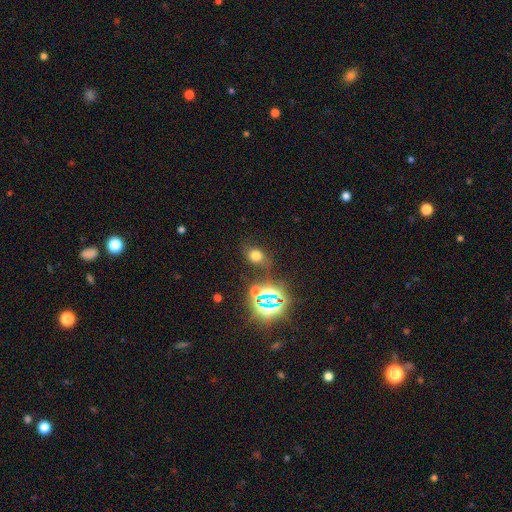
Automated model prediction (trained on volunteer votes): smooth_or_featured: smooth (p=0.58) [alt: star or artifact p=0.31]
how_rounded: in between (p=0.50) [alt: round p=0.49]
merging: none (p=0.71) [alt: minor disturbance p=0.16]